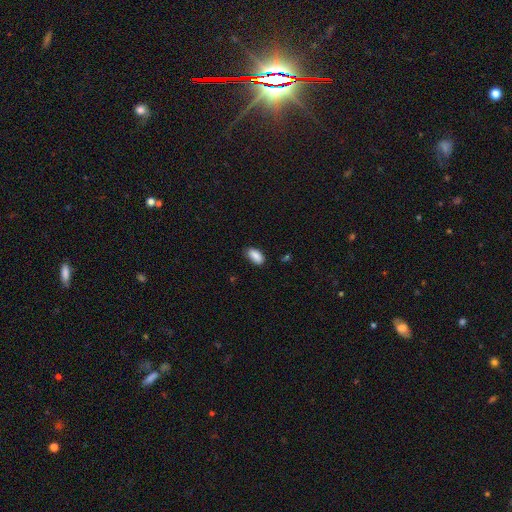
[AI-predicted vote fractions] Smooth or featured? Predicted: smooth (p=0.88). How rounded? Predicted: in between (p=0.92). Merging? Predicted: none (p=0.82).